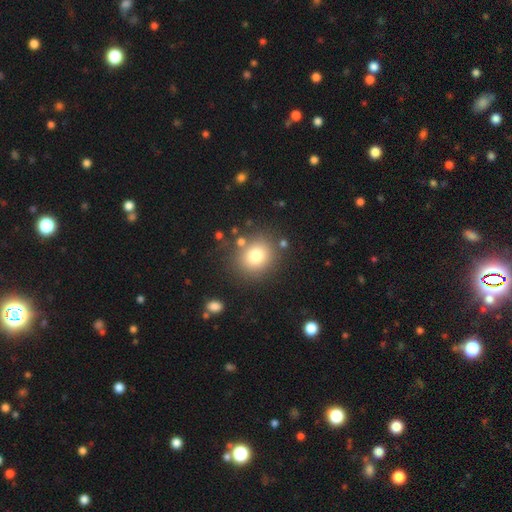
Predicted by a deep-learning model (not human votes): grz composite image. It shows a smooth galaxy with no disk features (78%) that is round (78%). Merging: none (80%).